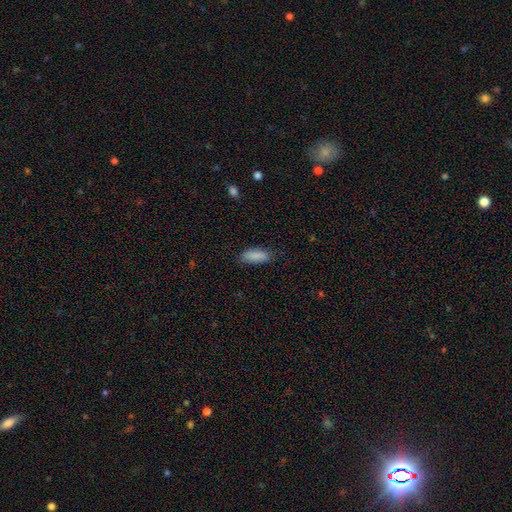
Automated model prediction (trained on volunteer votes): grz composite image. It shows a smooth galaxy with no disk features (89%) that is in between round and cigar-shaped (78%). Merging: none (79%).